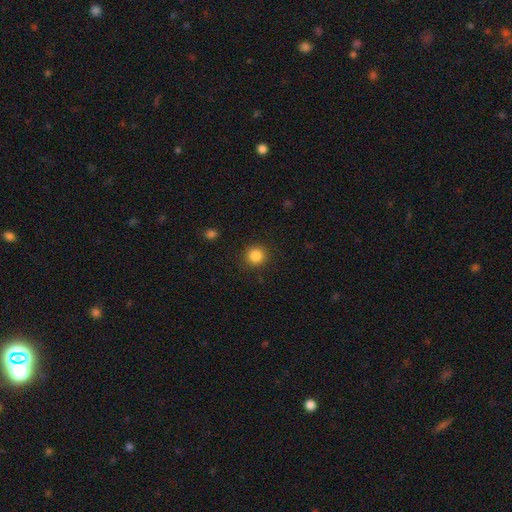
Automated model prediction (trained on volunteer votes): Overall: smooth (85%). How rounded: round (94%). Merging: none (90%).